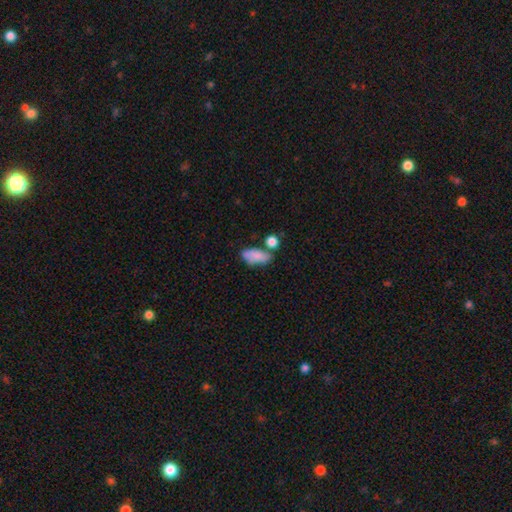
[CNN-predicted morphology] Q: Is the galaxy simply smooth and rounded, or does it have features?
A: smooth — 78%.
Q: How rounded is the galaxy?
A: in between — 83%.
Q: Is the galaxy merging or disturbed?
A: none — 47%.